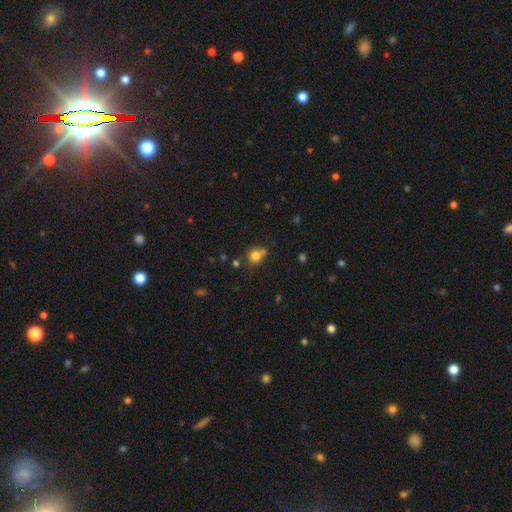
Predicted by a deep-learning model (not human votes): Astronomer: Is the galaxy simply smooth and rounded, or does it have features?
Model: smooth — 78%.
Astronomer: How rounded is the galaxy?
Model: round — 79%.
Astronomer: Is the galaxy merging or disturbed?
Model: none — 56%.